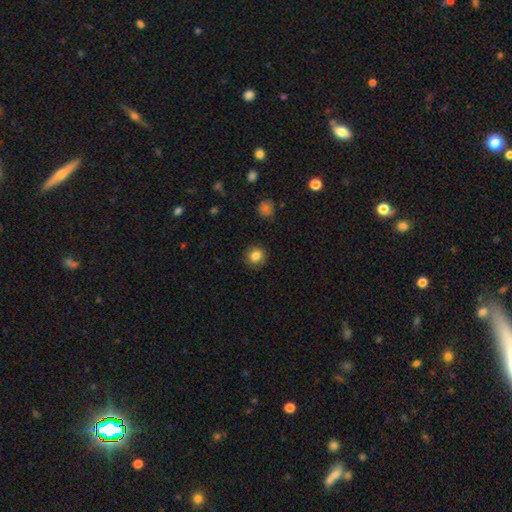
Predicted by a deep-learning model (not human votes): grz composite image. It shows a smooth galaxy with no disk features (85%) that is round (87%). Merging: none (90%).